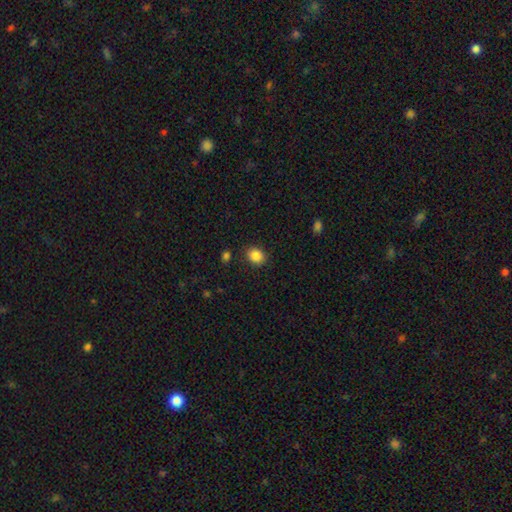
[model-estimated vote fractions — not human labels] Smooth or featured? Predicted: smooth (p=0.86). How rounded? Predicted: round (p=0.55). Merging? Predicted: none (p=0.86).